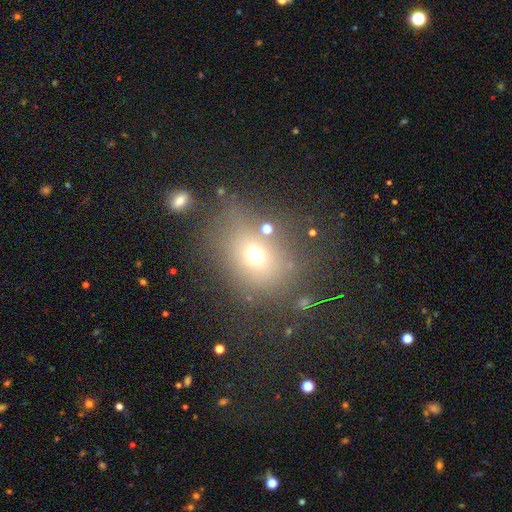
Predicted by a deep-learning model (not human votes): Q: Smooth or featured?
A: smooth (63%); runner-up: star or artifact (21%)
Q: How rounded?
A: round (55%); runner-up: in between (44%)
Q: Merging?
A: none (62%); runner-up: minor disturbance (16%)